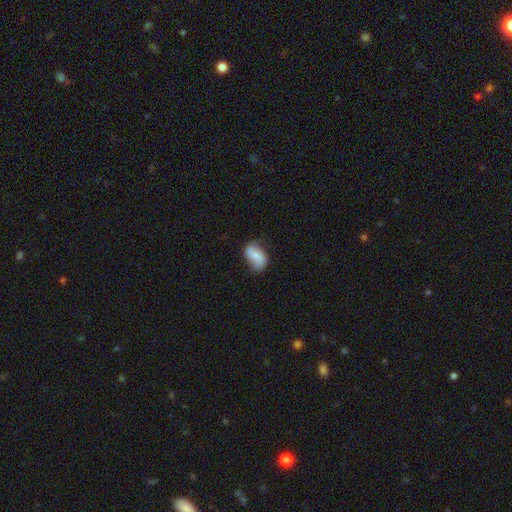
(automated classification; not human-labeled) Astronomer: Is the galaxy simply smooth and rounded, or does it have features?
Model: smooth — 60%.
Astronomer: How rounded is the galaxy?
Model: in between — 87%.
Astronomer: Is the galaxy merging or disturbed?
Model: none — 63%.